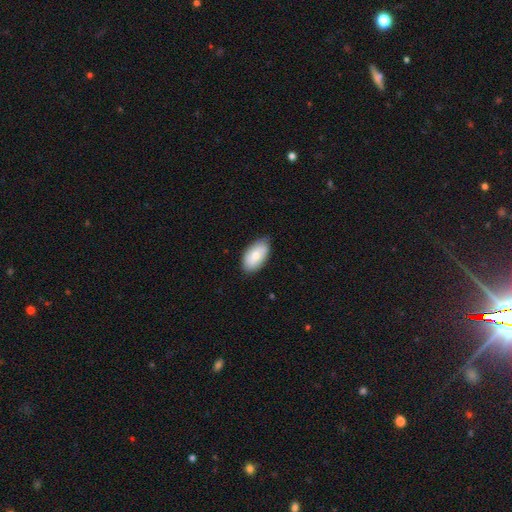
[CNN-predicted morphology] Smooth or featured: smooth — 76% (featured or disk — 18%)
How rounded: in between — 95% (round — 3%)
Merging: none — 79% (minor disturbance — 18%)